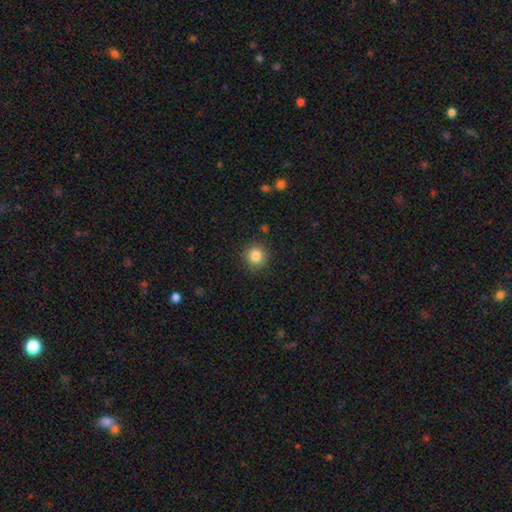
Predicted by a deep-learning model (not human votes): Q: Smooth or featured?
A: smooth (84%); runner-up: star or artifact (10%)
Q: How rounded?
A: round (93%); runner-up: in between (6%)
Q: Merging?
A: none (90%); runner-up: minor disturbance (7%)